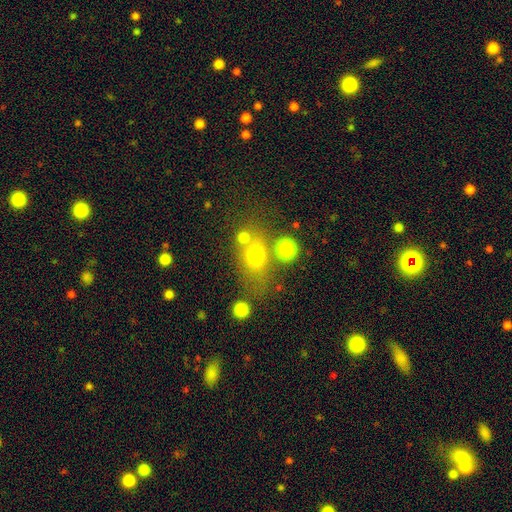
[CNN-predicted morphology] Smooth or featured?
  - smooth: 69% *
  - star or artifact: 17%
  - featured or disk: 14%
How rounded?
  - in between: 57% *
  - round: 38%
  - cigar-shaped: 4%
Merging?
  - none: 57% *
  - merger: 19%
  - minor disturbance: 15%
  - major disturbance: 9%